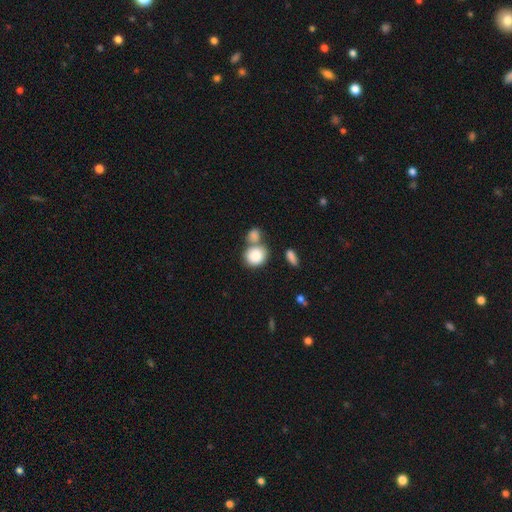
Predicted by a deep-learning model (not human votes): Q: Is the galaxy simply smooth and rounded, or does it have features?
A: smooth — 85%.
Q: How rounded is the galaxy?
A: round — 72%.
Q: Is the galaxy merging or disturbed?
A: merger — 44%.